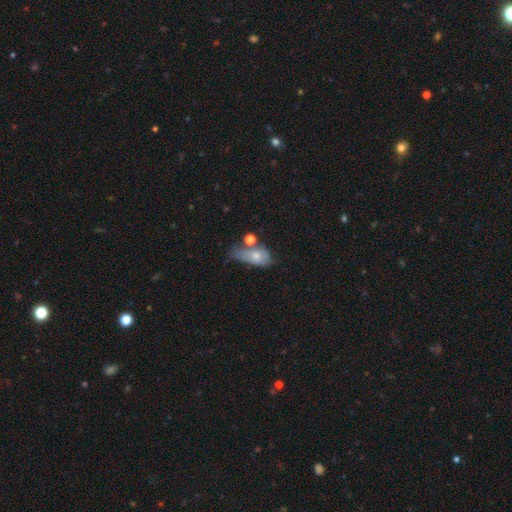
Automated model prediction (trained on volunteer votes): The model was most divided on "merging": minor disturbance: 31%, major disturbance: 26%, none: 23%, merger: 20%. More confident: how rounded — in between (84%); smooth or featured — smooth (63%).